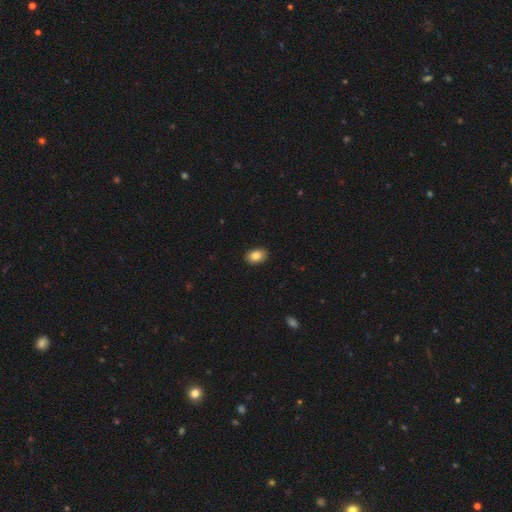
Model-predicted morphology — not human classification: This is clearly a smooth galaxy (86%). How rounded: likely in between (80%). Merging: clearly none (90%).